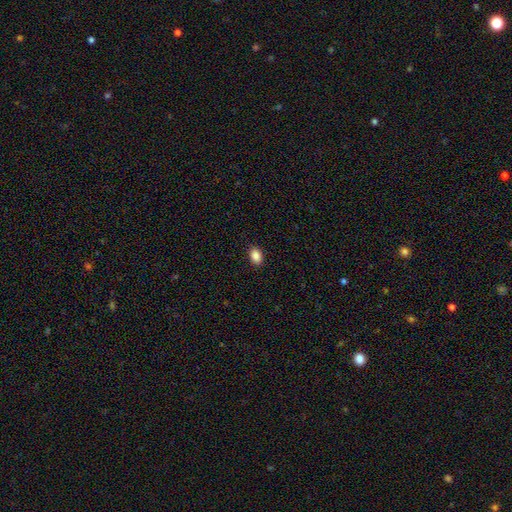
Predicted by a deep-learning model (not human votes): Smooth or featured?
  - smooth: 88% *
  - star or artifact: 8%
  - featured or disk: 4%
How rounded?
  - in between: 84% *
  - round: 15%
  - cigar-shaped: 1%
Merging?
  - none: 90% *
  - minor disturbance: 8%
  - major disturbance: 2%
  - merger: 1%